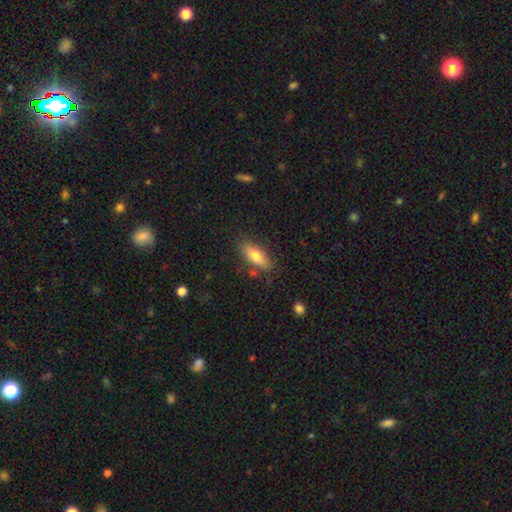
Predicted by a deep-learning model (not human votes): Morphology: type=smooth (71%); roundness=in between (69%); merging=none (80%).